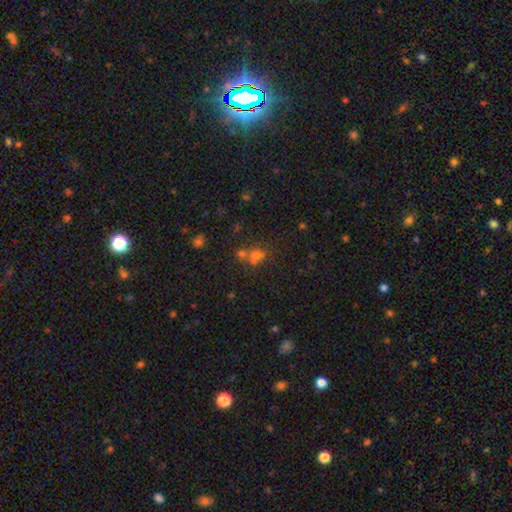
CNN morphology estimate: smooth 58%, star or artifact 30%, featured or disk 12%. Down the decision tree: how rounded — round (54%); merging — merger (42%, tied with none).